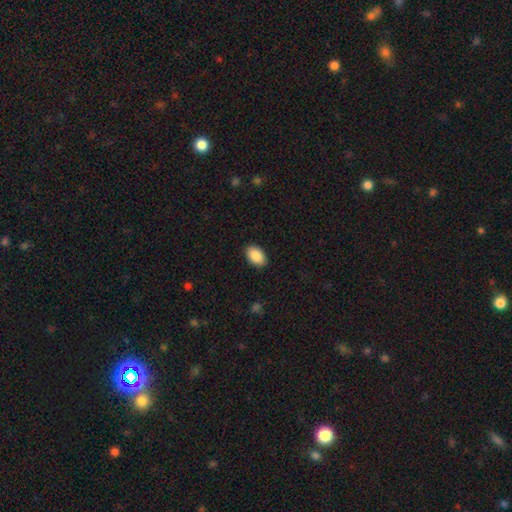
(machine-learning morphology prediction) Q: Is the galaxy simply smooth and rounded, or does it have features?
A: smooth — 89%.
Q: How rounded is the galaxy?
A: in between — 91%.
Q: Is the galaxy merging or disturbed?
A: none — 89%.